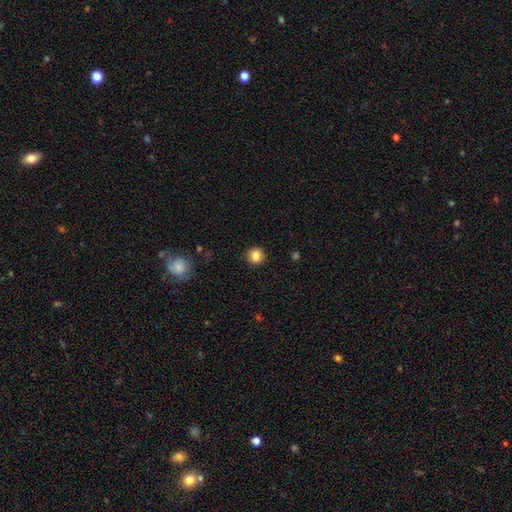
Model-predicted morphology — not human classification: This appears to be a smooth galaxy with no disk features (85%) that is round (90%). Merging: none (91%).